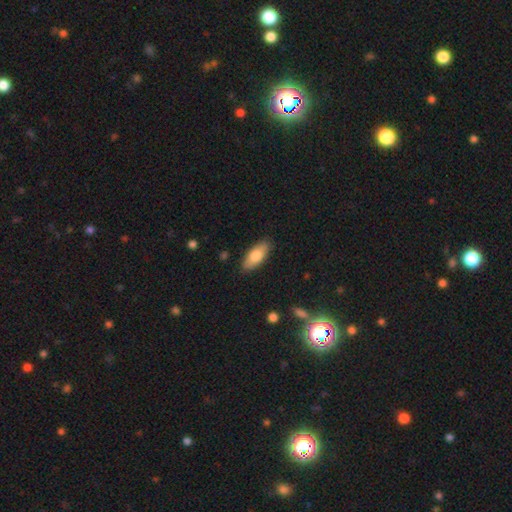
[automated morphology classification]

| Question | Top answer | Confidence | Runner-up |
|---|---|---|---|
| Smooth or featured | smooth | 79% | featured or disk (15%) |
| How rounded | in between | 82% | cigar-shaped (16%) |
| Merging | none | 87% | minor disturbance (10%) |